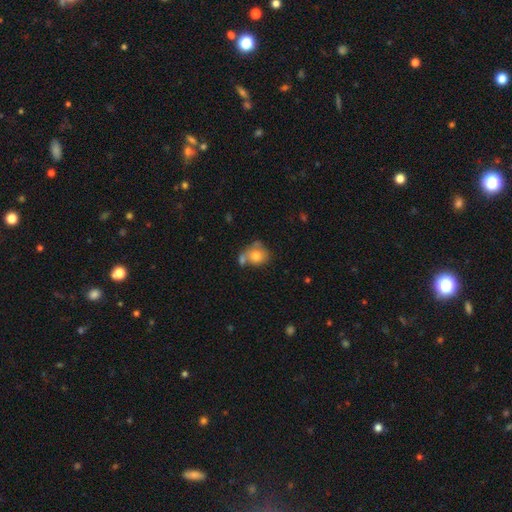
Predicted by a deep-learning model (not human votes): Morphology: type=smooth (75%); roundness=round (70%); merging=merger (40%).